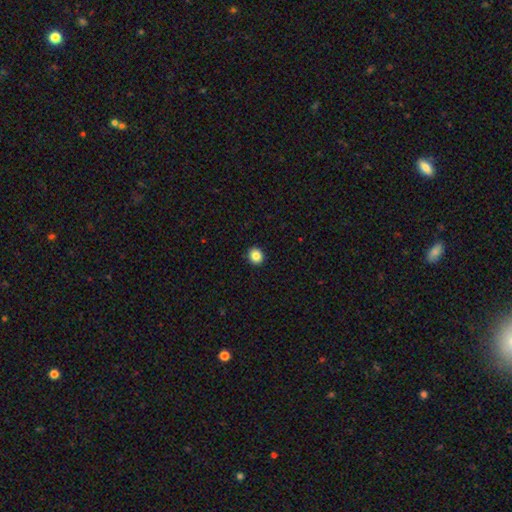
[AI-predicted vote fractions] smooth-or-featured: smooth: 85% | star or artifact: 10% | featured or disk: 5%
  how-rounded: round: 83% | in between: 16% | cigar-shaped: 1%
  merging: none: 93% | minor disturbance: 5% | major disturbance: 2% | merger: 1%